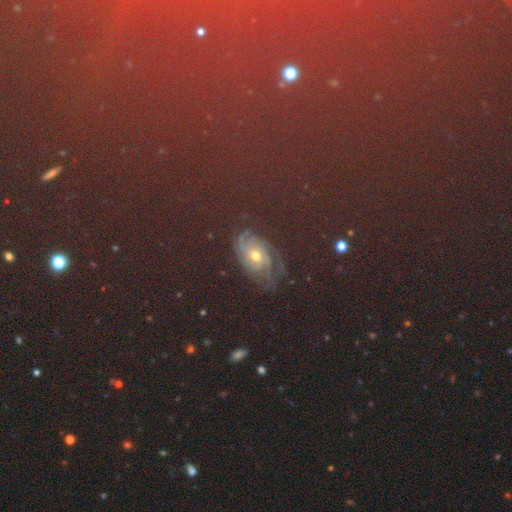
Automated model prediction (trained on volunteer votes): Morphology: type=star or artifact (41%).